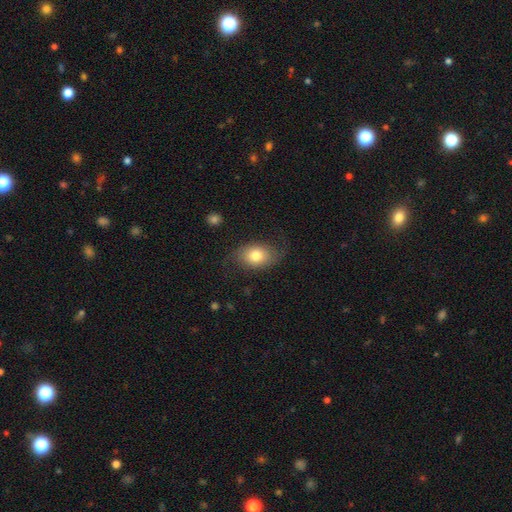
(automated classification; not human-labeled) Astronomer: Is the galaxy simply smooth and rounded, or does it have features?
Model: smooth — 66%.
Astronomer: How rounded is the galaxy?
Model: in between — 74%.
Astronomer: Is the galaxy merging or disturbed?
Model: none — 68%.